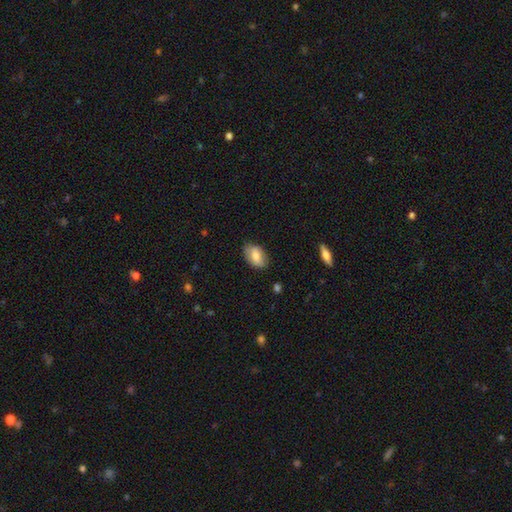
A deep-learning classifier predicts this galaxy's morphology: Smooth or featured? smooth (73%)
How rounded? in between (91%)
Merging? none (79%)